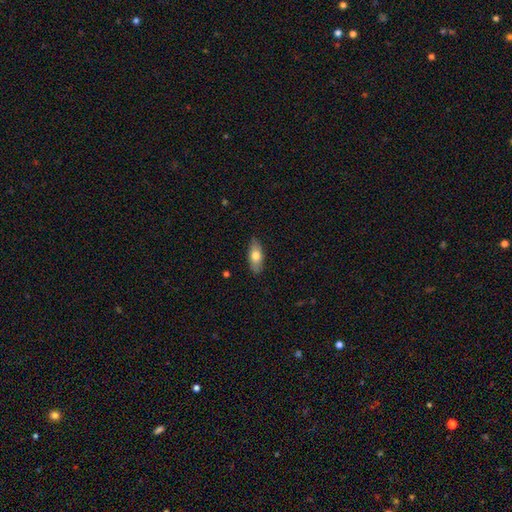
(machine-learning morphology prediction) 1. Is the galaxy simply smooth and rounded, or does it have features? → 70% smooth, 24% featured or disk, 6% star or artifact.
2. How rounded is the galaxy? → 81% in between, 16% cigar-shaped, 3% round.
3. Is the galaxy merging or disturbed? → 84% none, 12% minor disturbance, 2% major disturbance, 1% merger.